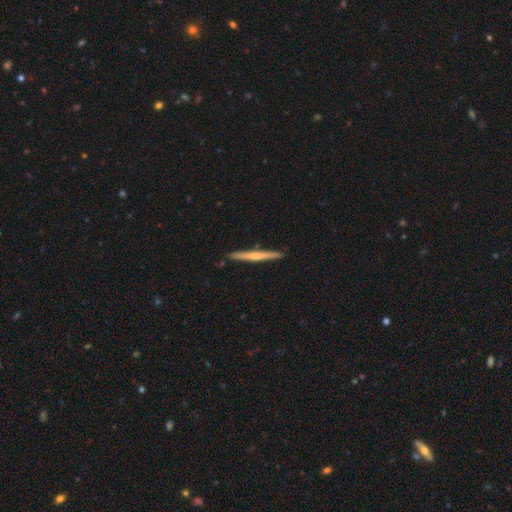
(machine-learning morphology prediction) Overall: featured or disk (54%; smooth 41%). Edge-on disk: yes (97%). Edge-on bulge: rounded (50%; none 44%). Merging: none (91%).